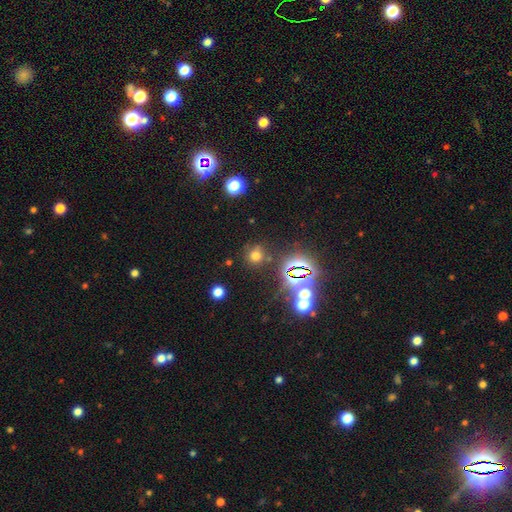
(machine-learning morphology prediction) smooth_or_featured: smooth (p=0.58) [alt: star or artifact p=0.34]
how_rounded: round (p=0.87) [alt: in between p=0.12]
merging: none (p=0.78) [alt: minor disturbance p=0.11]